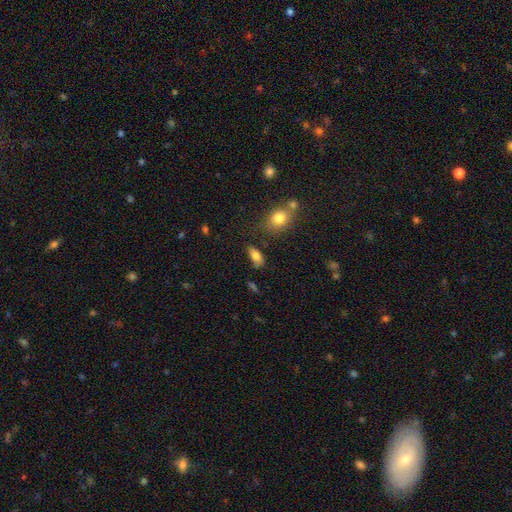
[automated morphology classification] type=smooth (79%); roundness=in between (87%); merging=none (64%).